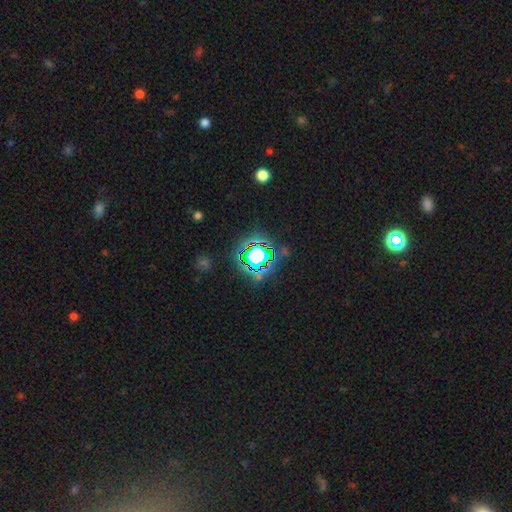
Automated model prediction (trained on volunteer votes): Q: Smooth or featured?
A: star or artifact (70%); runner-up: smooth (18%)